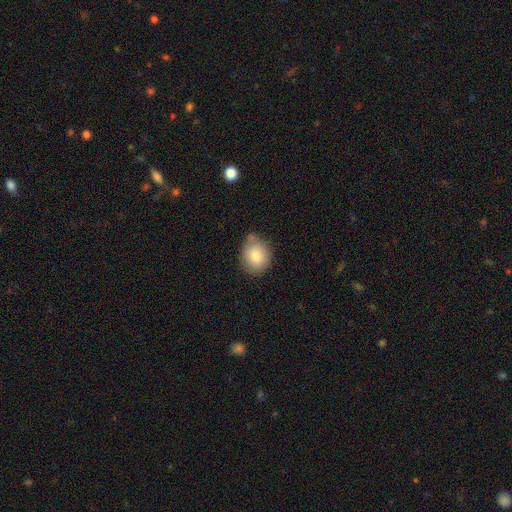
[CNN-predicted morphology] Smooth or featured?
  - smooth: 78% *
  - featured or disk: 14%
  - star or artifact: 8%
How rounded?
  - round: 63% *
  - in between: 36%
  - cigar-shaped: 1%
Merging?
  - none: 63% *
  - minor disturbance: 25%
  - merger: 7%
  - major disturbance: 5%